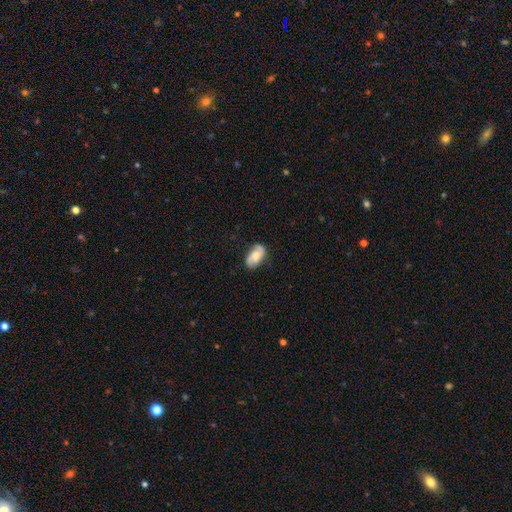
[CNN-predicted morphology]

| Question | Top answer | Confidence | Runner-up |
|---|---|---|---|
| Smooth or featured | smooth | 53% | featured or disk (39%) |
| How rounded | in between | 92% | round (5%) |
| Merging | none | 72% | minor disturbance (21%) |